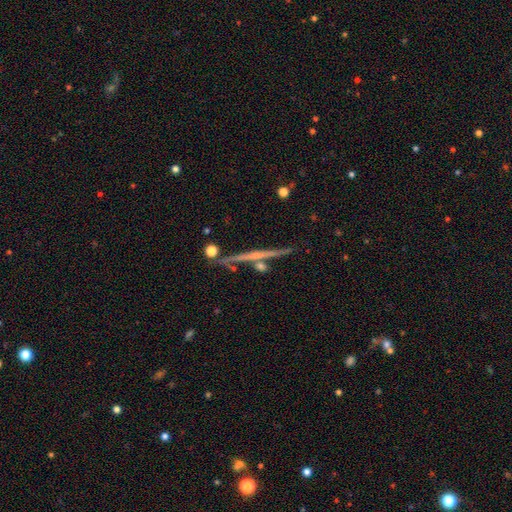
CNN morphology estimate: A featured or disk galaxy (71%) viewed edge-on (97%) with no central bulge (67%). Merging: none (82%).